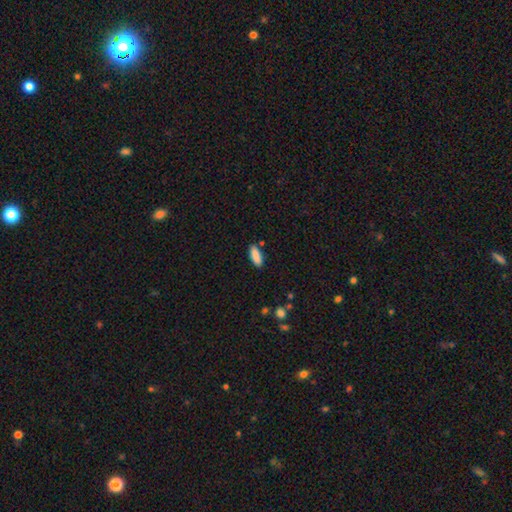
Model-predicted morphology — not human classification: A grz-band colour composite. It shows a smooth galaxy with no disk features (88%) that is in between round and cigar-shaped (69%). Merging: none (86%).